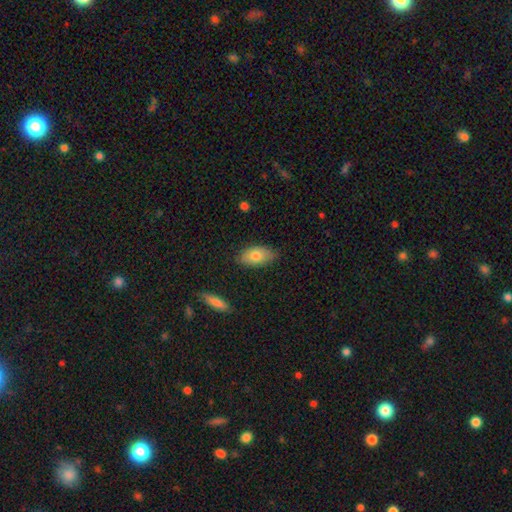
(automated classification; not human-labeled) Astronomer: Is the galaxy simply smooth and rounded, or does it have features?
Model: smooth — 77%.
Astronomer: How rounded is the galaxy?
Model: in between — 91%.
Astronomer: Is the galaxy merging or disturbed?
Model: none — 81%.